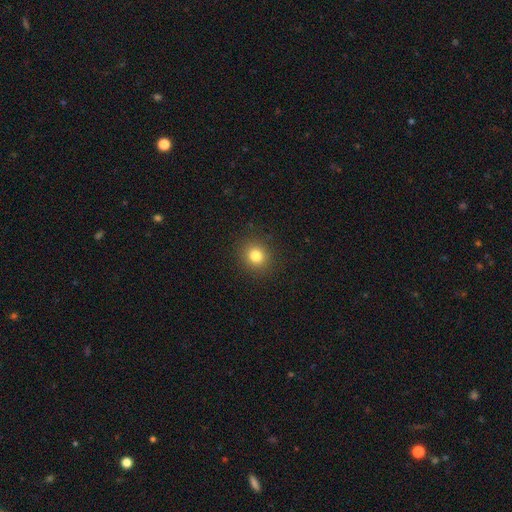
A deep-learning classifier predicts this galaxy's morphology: This appears to be a smooth galaxy with no disk features (80%) that is round (84%). Merging: none (90%).